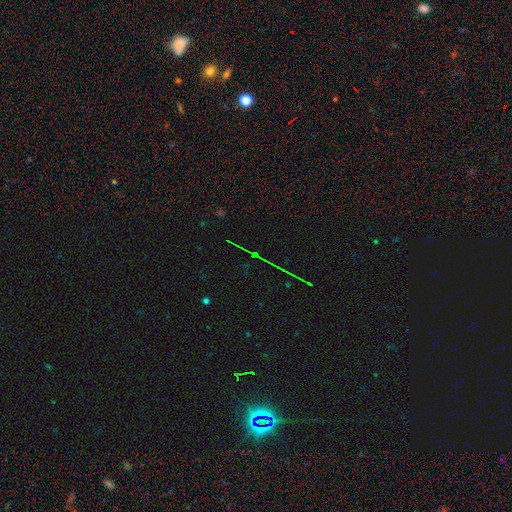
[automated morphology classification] type=star or artifact (80%).